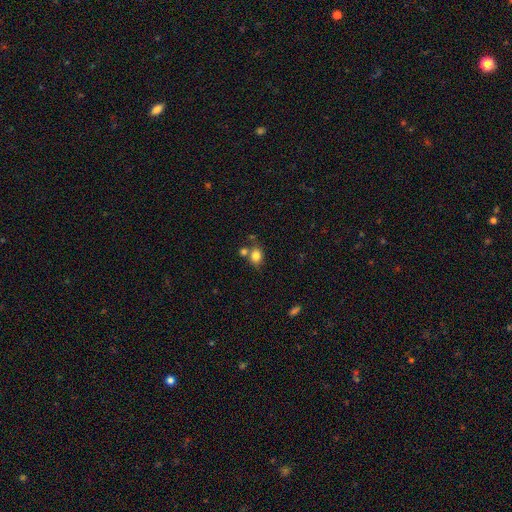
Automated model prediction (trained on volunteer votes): Smooth or featured? Predicted: smooth (p=0.81). How rounded? Predicted: in between (p=0.52). Merging? Predicted: none (p=0.57).